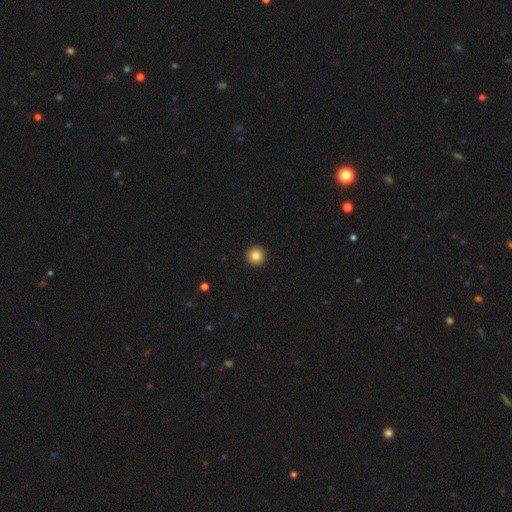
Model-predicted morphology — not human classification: smooth_or_featured: smooth (p=0.84) [alt: star or artifact p=0.10]
how_rounded: round (p=0.96) [alt: in between p=0.03]
merging: none (p=0.94) [alt: minor disturbance p=0.04]